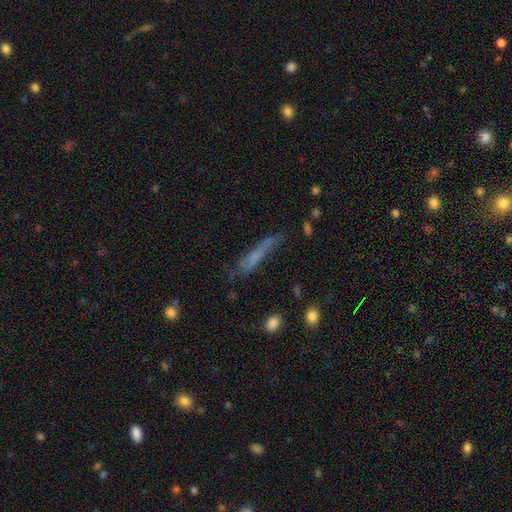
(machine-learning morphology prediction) Q: Smooth or featured?
A: smooth (53%); runner-up: featured or disk (34%)
Q: How rounded?
A: cigar-shaped (86%); runner-up: in between (11%)
Q: Merging?
A: none (50%); runner-up: minor disturbance (28%)